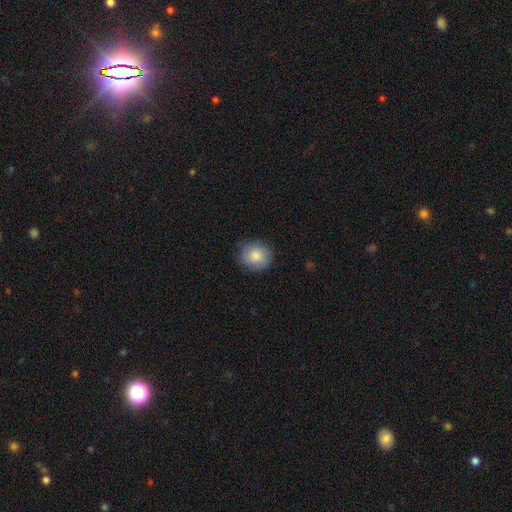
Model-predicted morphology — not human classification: This appears to be a smooth galaxy with no disk features (85%) that is round (78%). Merging: none (80%).